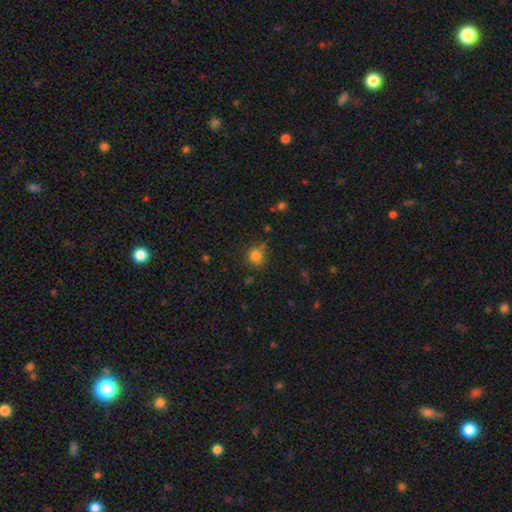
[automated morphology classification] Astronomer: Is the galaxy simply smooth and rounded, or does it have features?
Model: smooth — 80%.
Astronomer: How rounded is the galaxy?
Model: round — 83%.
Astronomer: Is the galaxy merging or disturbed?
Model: none — 70%.